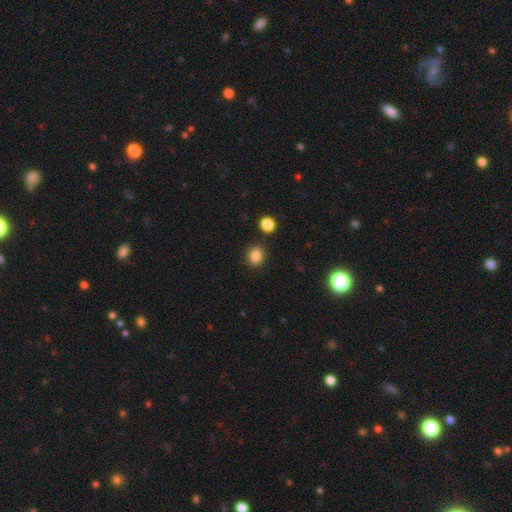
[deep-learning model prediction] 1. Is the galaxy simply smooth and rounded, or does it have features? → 84% smooth, 11% star or artifact, 5% featured or disk.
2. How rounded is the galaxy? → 59% round, 40% in between, 1% cigar-shaped.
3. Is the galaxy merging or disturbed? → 85% none, 9% minor disturbance, 4% merger, 2% major disturbance.